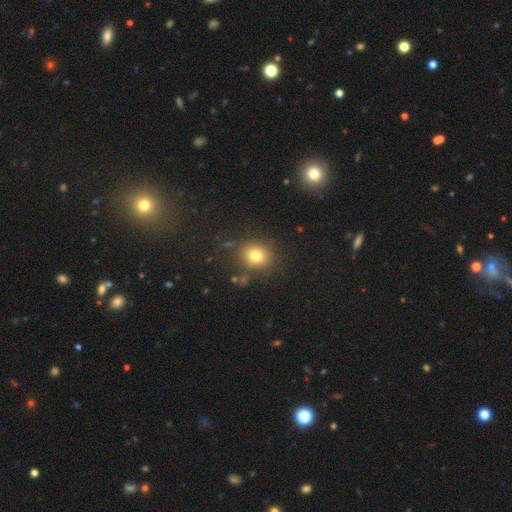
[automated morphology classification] This appears to be a smooth galaxy with no disk features (77%) that is round (75%). Merging: none (82%).